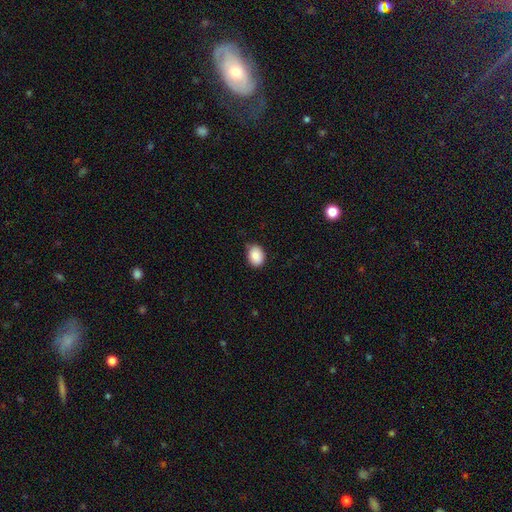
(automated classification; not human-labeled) This is clearly a smooth galaxy (87%). How rounded: likely in between (62%). Merging: likely none (79%).